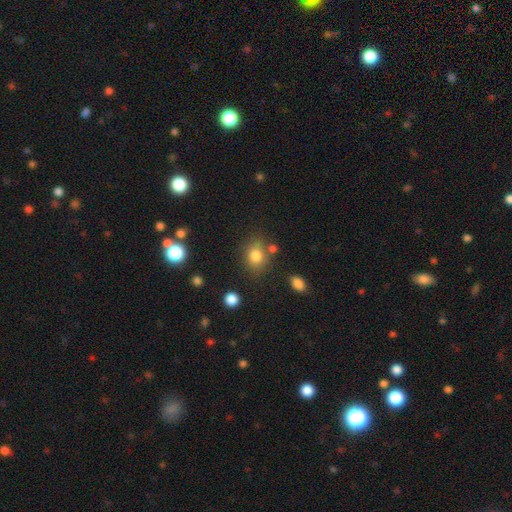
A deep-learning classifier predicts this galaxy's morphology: smooth_or_featured: smooth (p=0.80) [alt: star or artifact p=0.12]
how_rounded: round (p=0.55) [alt: in between p=0.44]
merging: none (p=0.71) [alt: minor disturbance p=0.14]